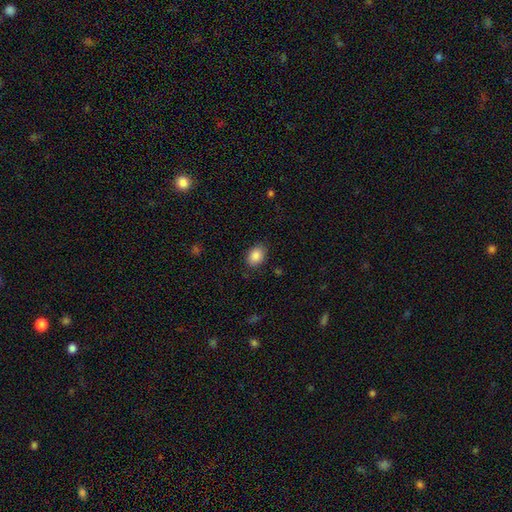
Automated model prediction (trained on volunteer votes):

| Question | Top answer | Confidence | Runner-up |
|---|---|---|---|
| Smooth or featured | smooth | 88% | star or artifact (8%) |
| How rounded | in between | 73% | round (26%) |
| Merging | none | 84% | minor disturbance (12%) |